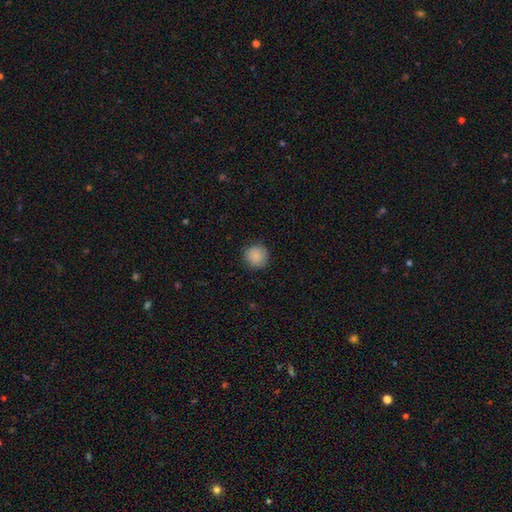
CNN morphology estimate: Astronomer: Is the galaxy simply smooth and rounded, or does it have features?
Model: smooth — 88%.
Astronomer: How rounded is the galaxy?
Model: round — 93%.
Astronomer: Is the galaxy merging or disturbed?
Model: none — 89%.